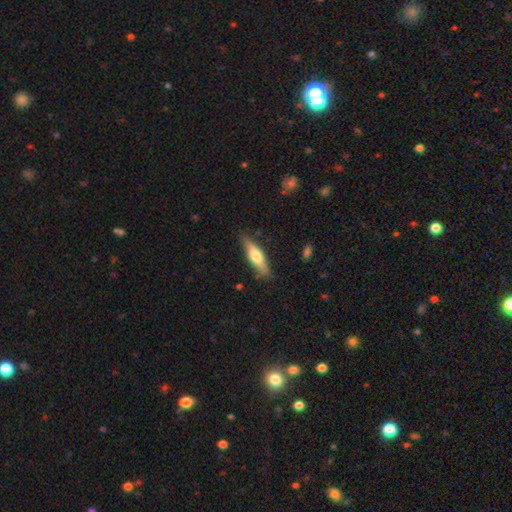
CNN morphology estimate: A smooth galaxy with no disk features (55%) that is cigar-shaped (68%). Merging: none (84%).